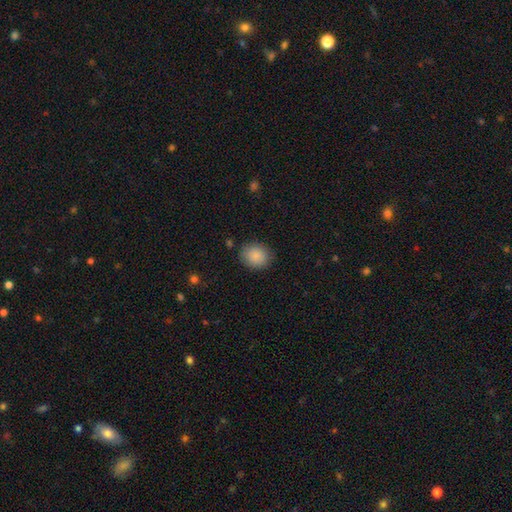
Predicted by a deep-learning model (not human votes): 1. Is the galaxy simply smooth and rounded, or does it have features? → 88% smooth, 8% star or artifact, 4% featured or disk.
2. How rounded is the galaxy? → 70% round, 29% in between, 1% cigar-shaped.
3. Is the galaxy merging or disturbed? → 86% none, 10% minor disturbance, 3% major disturbance, 1% merger.